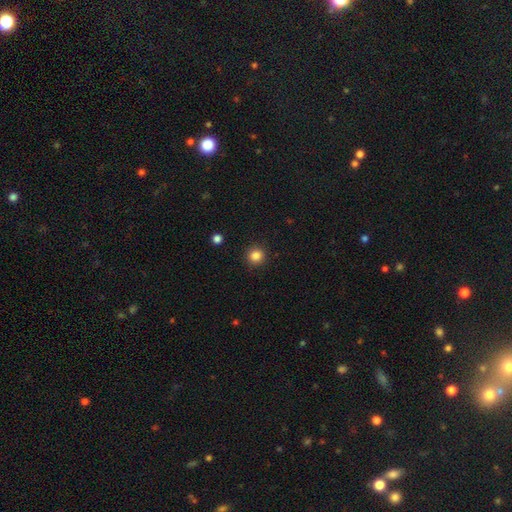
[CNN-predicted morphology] Smooth or featured: smooth — 84% (star or artifact — 11%)
How rounded: round — 93% (in between — 6%)
Merging: none — 92% (minor disturbance — 5%)